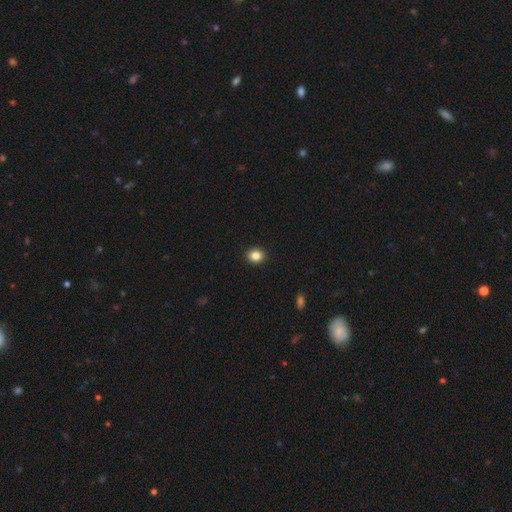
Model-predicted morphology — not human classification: type=smooth (84%); roundness=round (77%); merging=none (92%).